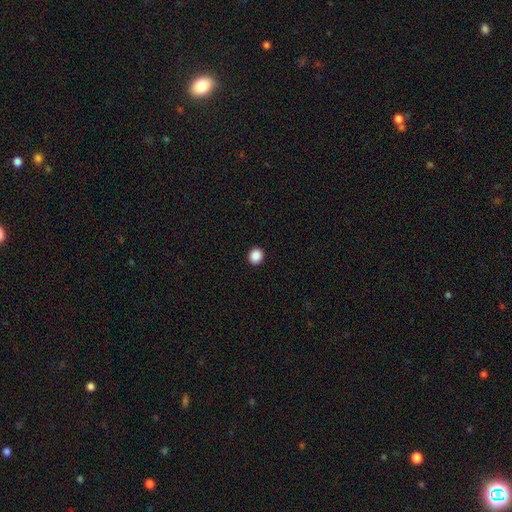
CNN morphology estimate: Smooth or featured?
  - smooth: 89% *
  - star or artifact: 9%
  - featured or disk: 2%
How rounded?
  - round: 83% *
  - in between: 16%
  - cigar-shaped: 1%
Merging?
  - none: 93% *
  - minor disturbance: 5%
  - major disturbance: 2%
  - merger: 1%